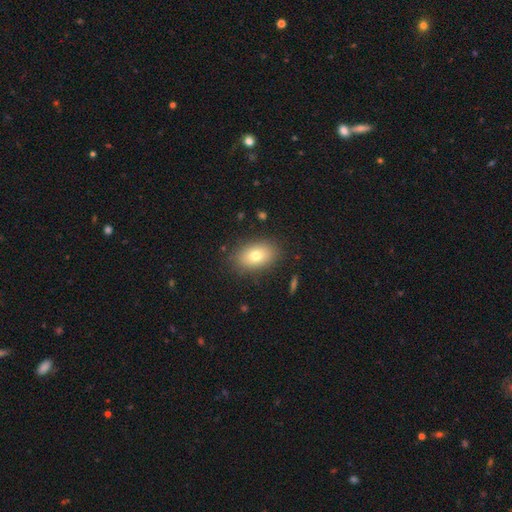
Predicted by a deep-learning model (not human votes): This appears to be a smooth galaxy with no disk features (76%) that is in between round and cigar-shaped (86%). Merging: none (86%).